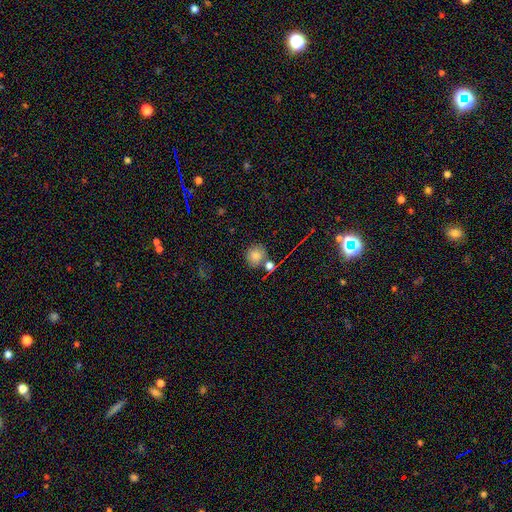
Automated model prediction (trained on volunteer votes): Smooth or featured?
  - smooth: 79% *
  - star or artifact: 13%
  - featured or disk: 9%
How rounded?
  - round: 82% *
  - in between: 17%
  - cigar-shaped: 1%
Merging?
  - none: 67% *
  - merger: 18%
  - minor disturbance: 11%
  - major disturbance: 3%